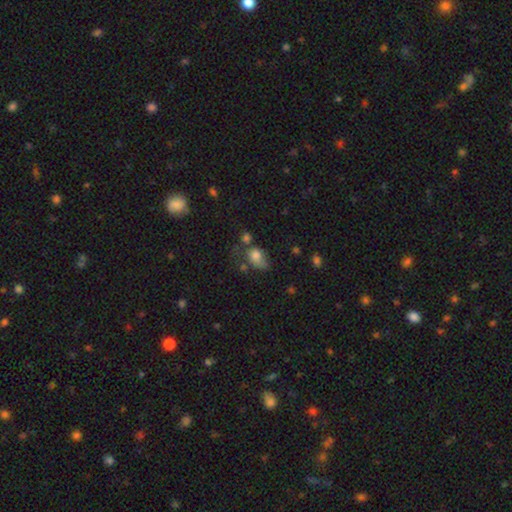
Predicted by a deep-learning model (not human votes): smooth_or_featured: smooth (p=0.73) [alt: featured or disk p=0.15]
how_rounded: in between (p=0.72) [alt: round p=0.26]
merging: major disturbance (p=0.28) [tied with: none p=0.28]